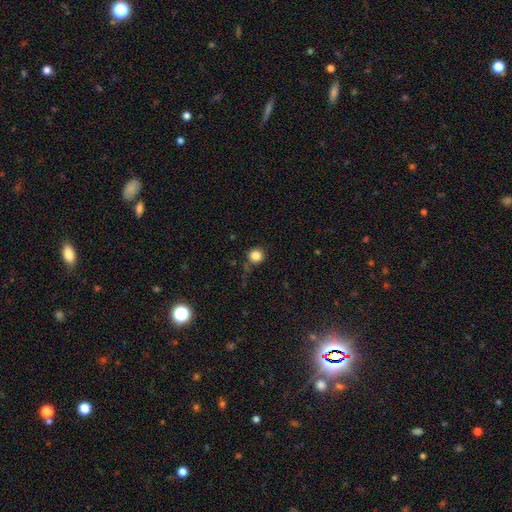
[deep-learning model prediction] Smooth or featured? Predicted: smooth (p=0.84). How rounded? Predicted: round (p=0.94). Merging? Predicted: none (p=0.77).